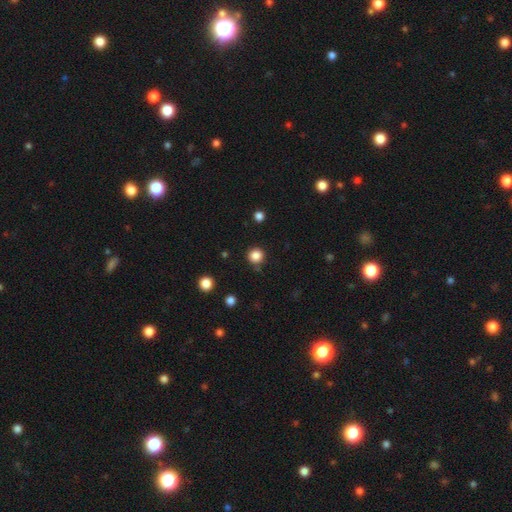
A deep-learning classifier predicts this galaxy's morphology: The model was most divided on "smooth or featured": smooth: 85%, star or artifact: 12%, featured or disk: 3%. More confident: how rounded — round (95%); merging — none (88%).